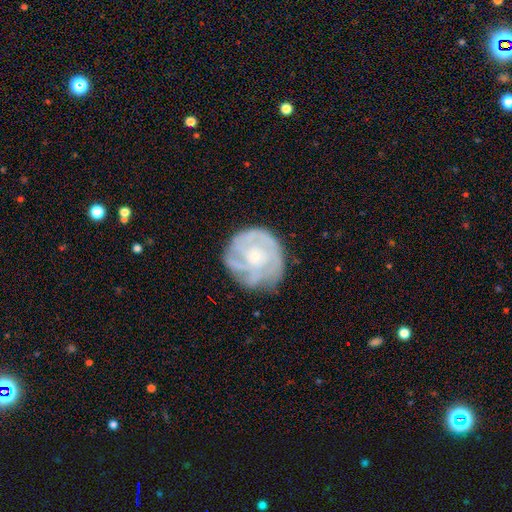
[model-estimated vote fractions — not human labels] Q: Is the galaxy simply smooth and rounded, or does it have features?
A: featured or disk — 73%.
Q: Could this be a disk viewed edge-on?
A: no — 98%.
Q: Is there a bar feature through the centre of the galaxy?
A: no — 79%.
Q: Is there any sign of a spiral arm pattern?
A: yes — 84%.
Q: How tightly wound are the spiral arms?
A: tight — 63%.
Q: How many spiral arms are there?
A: can't tell — 40%.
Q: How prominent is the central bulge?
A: small — 65%.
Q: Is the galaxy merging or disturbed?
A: none — 68%.